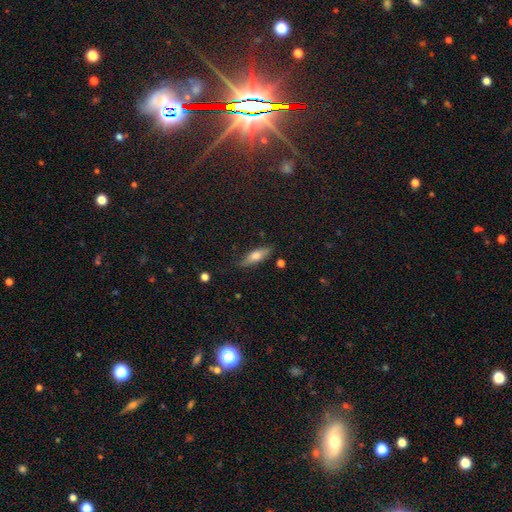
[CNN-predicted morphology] Overall: smooth (66%). How rounded: in between (55%; cigar-shaped 42%). Merging: none (77%).